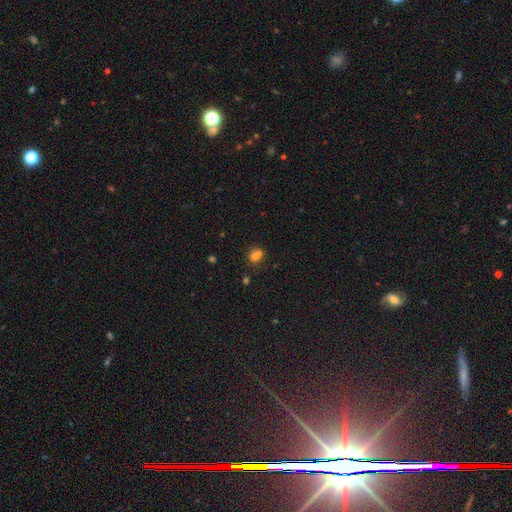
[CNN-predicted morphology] A smooth galaxy with no disk features (70%) that is round (68%).

Vote fractions:
- Smooth or featured? smooth: 70% / star or artifact: 18% / featured or disk: 12%
- How rounded? round: 68% / in between: 30% / cigar-shaped: 1%
- Merging? none: 46% / merger: 38% / minor disturbance: 12% / major disturbance: 4%